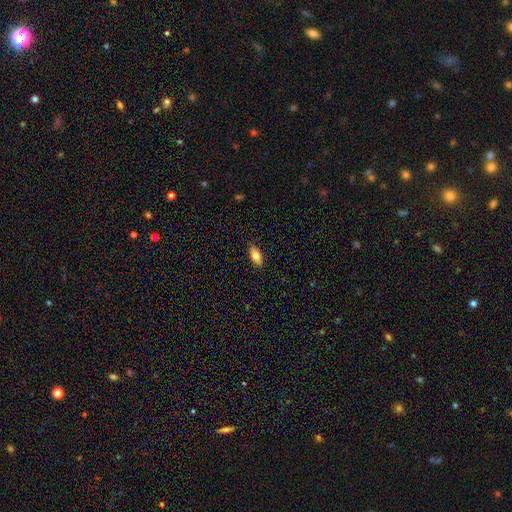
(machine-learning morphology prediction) This is likely a smooth galaxy (76%). How rounded: clearly in between (85%). Merging: clearly none (87%).